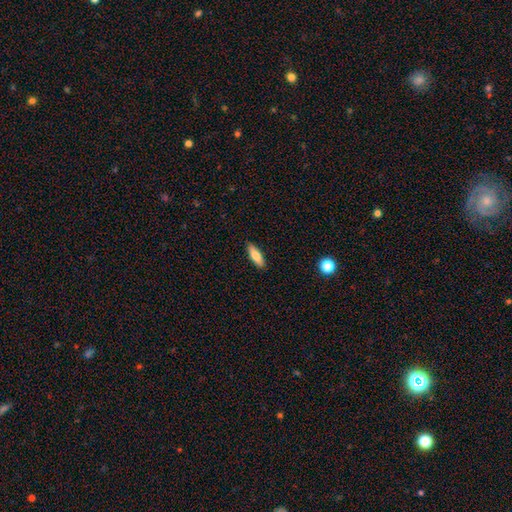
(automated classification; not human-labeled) The model was most divided on "how rounded": in between: 52%, cigar-shaped: 45%, round: 2%. More confident: merging — none (89%); smooth or featured — smooth (77%).